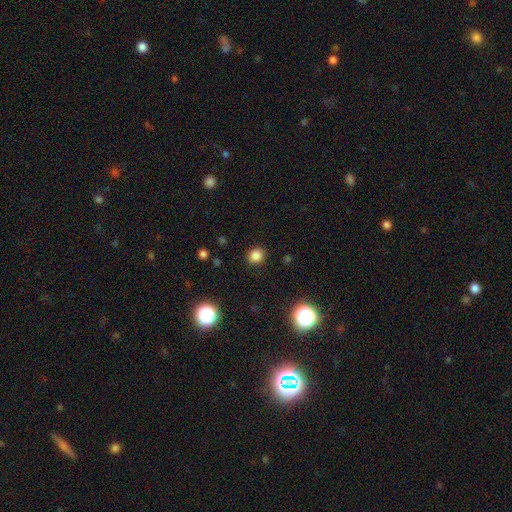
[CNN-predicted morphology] The model was most divided on "how rounded": round: 82%, in between: 17%, cigar-shaped: 1%. More confident: merging — none (90%); smooth or featured — smooth (82%).